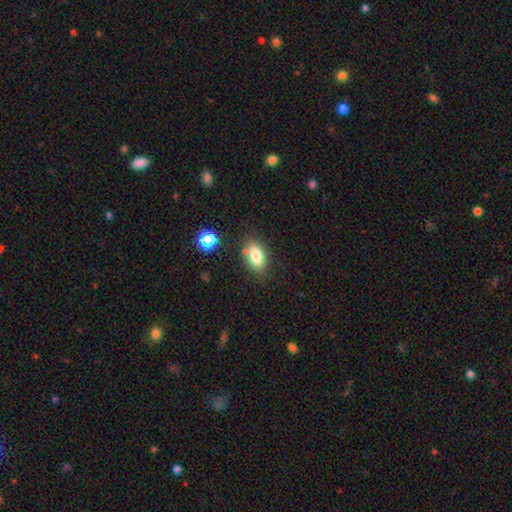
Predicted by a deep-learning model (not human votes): smooth 78%, featured or disk 11%, star or artifact 11%. Down the decision tree: how rounded — in between (87%); merging — none (77%).